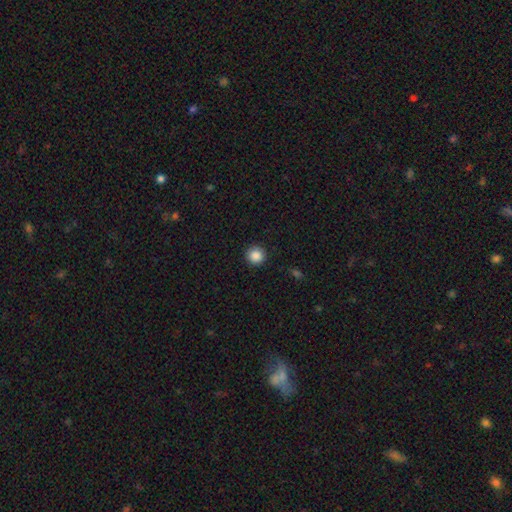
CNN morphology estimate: This is clearly a smooth galaxy (87%). How rounded: clearly round (95%). Merging: clearly none (91%).